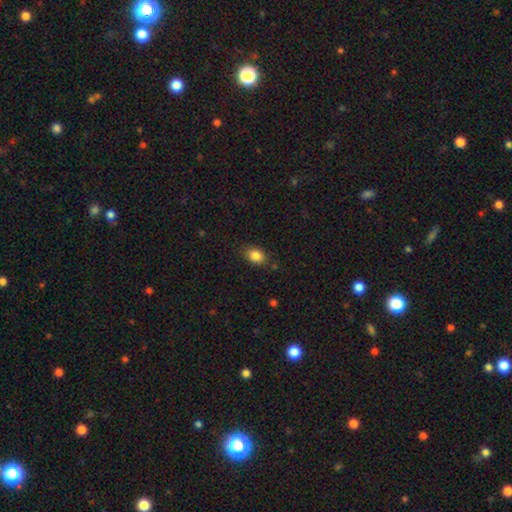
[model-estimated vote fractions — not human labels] Smooth or featured: smooth — 85% (star or artifact — 9%)
How rounded: in between — 75% (round — 23%)
Merging: none — 82% (minor disturbance — 13%)